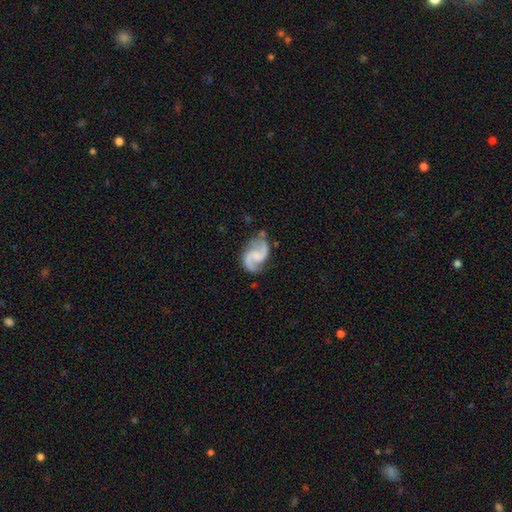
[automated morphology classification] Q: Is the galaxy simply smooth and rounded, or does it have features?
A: featured or disk — 88%.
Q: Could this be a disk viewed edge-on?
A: no — 98%.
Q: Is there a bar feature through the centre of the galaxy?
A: weak — 45%.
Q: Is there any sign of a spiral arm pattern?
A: yes — 97%.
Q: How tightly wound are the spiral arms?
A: loose — 47%.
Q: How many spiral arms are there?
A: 2 — 93%.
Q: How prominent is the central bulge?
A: none — 54%.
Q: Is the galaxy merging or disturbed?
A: none — 71%.